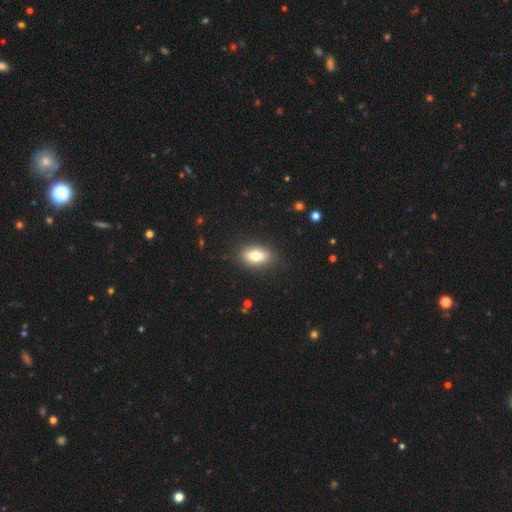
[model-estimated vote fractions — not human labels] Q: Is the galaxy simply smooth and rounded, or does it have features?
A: smooth — 78%.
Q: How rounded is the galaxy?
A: in between — 87%.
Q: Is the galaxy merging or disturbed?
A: none — 86%.